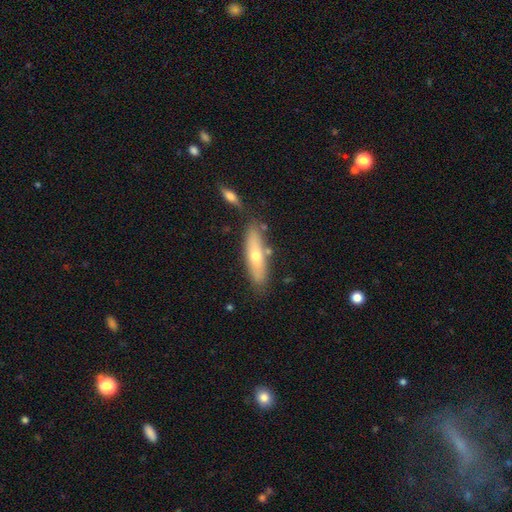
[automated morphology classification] The model was most divided on "smooth or featured": smooth: 54%, featured or disk: 39%, star or artifact: 7%. More confident: merging — none (76%); how rounded — cigar-shaped (61%).